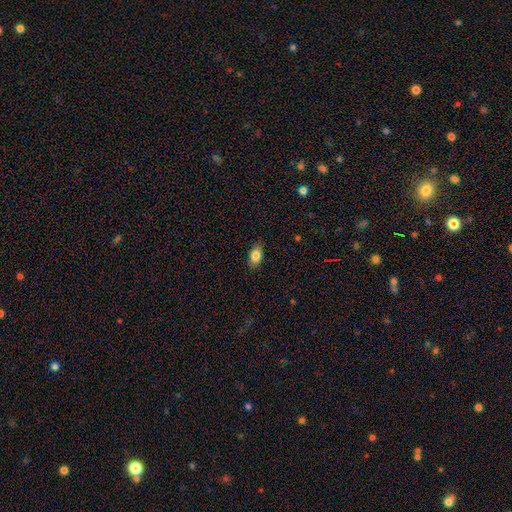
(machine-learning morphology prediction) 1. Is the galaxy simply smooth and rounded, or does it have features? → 84% smooth, 8% featured or disk, 8% star or artifact.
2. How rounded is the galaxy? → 85% in between, 13% round, 2% cigar-shaped.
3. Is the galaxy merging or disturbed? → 84% none, 13% minor disturbance, 2% major disturbance, 1% merger.